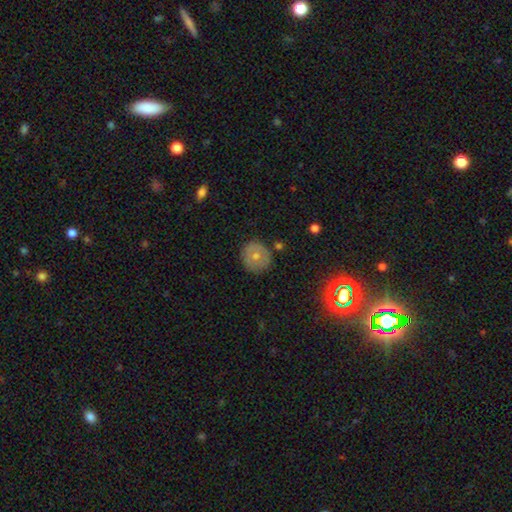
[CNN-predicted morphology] Overall: smooth (63%; featured or disk 28%). How rounded: round (91%). Merging: none (85%).